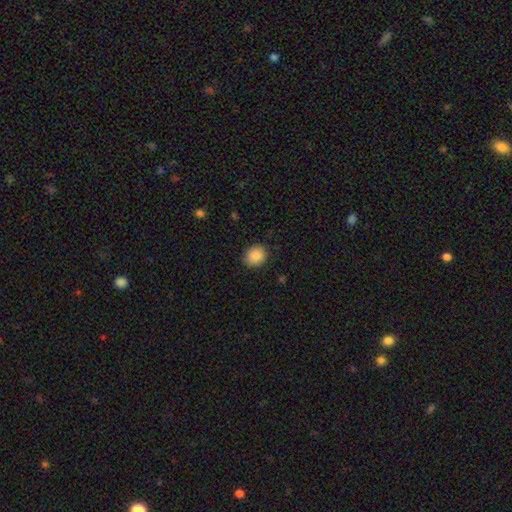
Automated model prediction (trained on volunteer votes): This appears to be a smooth galaxy with no disk features (88%) that is round (72%). Merging: none (85%).